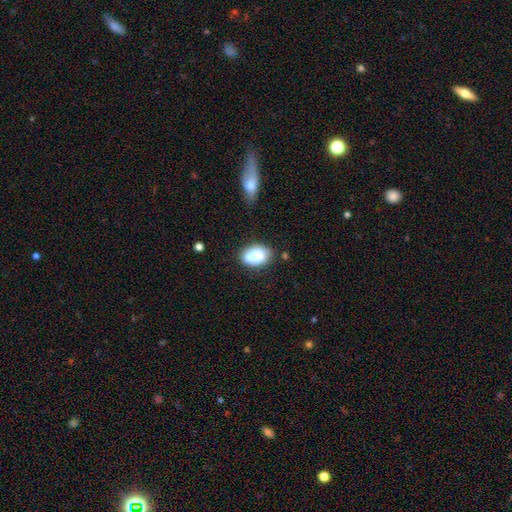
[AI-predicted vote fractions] smooth-or-featured: smooth: 73% | featured or disk: 18% | star or artifact: 8%
  how-rounded: in between: 81% | round: 18% | cigar-shaped: 1%
  merging: none: 51% | merger: 23% | minor disturbance: 20% | major disturbance: 6%